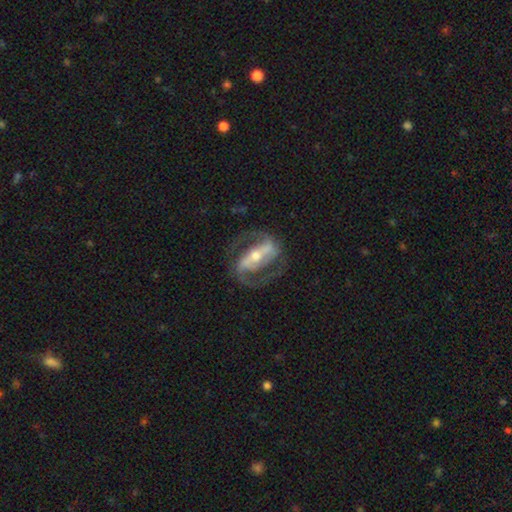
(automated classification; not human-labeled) Smooth or featured: featured or disk — 89% (smooth — 6%)
Edge-on disk: no — 94% (yes — 6%)
Bar: strong — 72% (weak — 18%)
Spiral arms: yes — 95% (no — 5%)
Spiral winding: medium — 56% (tight — 24%)
Spiral arm count: 2 — 92% (can't tell — 3%)
Bulge size: moderate — 53% (small — 41%)
Merging: none — 75% (minor disturbance — 12%)